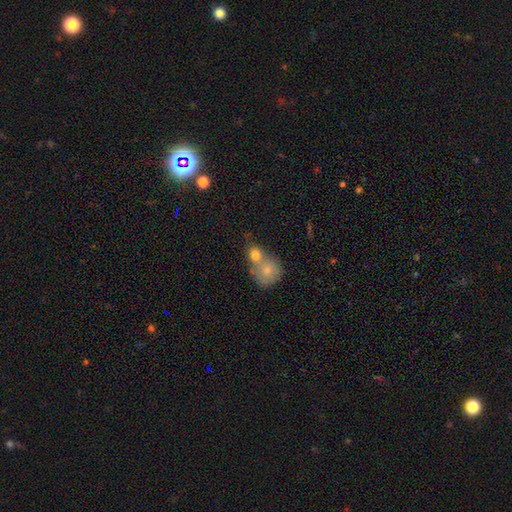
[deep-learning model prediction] Smooth or featured: smooth — 73% (featured or disk — 17%)
How rounded: round — 71% (in between — 28%)
Merging: merger — 61% (none — 28%)